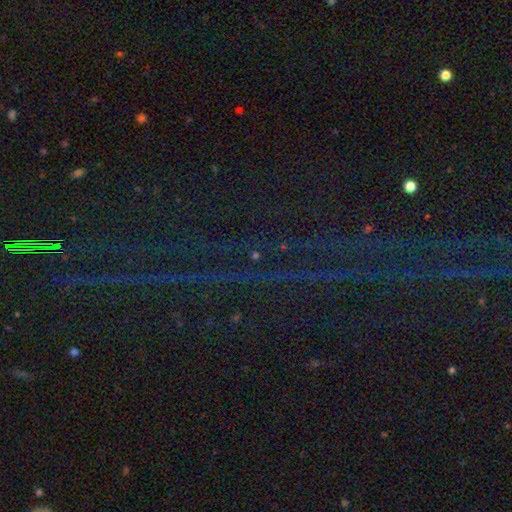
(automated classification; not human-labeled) smooth_or_featured: star or artifact (p=0.81) [alt: smooth p=0.10]